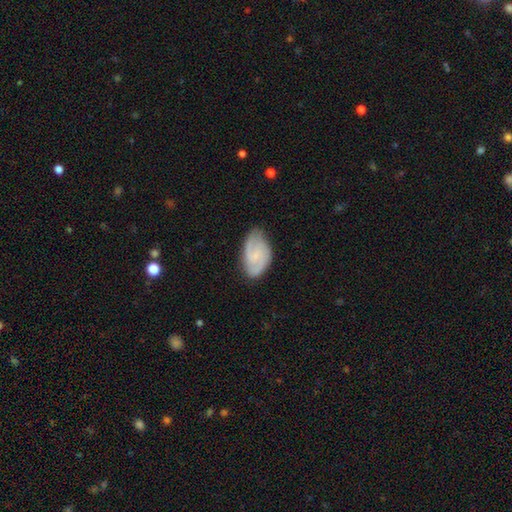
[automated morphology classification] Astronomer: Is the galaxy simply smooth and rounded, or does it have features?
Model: featured or disk — 66%.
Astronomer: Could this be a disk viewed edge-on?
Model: no — 96%.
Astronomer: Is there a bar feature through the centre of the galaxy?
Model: no — 56% (runner-up: weak, 38%).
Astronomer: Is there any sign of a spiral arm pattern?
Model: yes — 93%.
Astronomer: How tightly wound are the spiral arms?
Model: medium — 46% (runner-up: tight, 36%).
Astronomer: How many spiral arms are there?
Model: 2 — 63%.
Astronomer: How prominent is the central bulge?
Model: small — 63%.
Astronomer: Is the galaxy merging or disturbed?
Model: none — 69%.